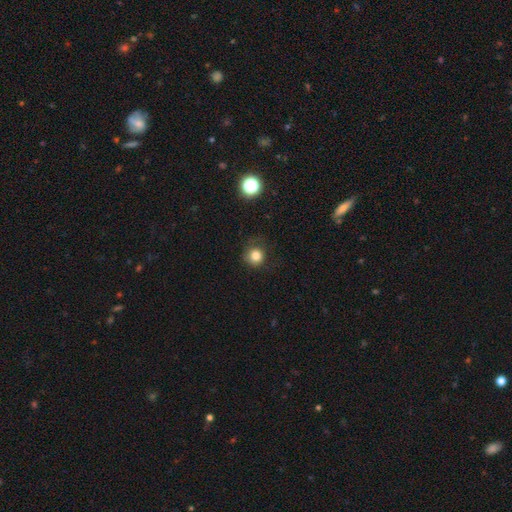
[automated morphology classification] smooth-or-featured: smooth: 81% | star or artifact: 14% | featured or disk: 6%
  how-rounded: round: 91% | in between: 8% | cigar-shaped: 1%
  merging: none: 74% | minor disturbance: 17% | major disturbance: 7% | merger: 2%